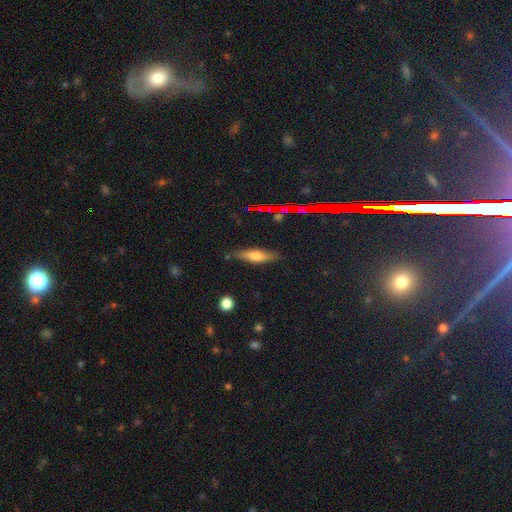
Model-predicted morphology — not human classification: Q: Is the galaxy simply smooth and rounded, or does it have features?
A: smooth — 58%.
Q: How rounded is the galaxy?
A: cigar-shaped — 62%.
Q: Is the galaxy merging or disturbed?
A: none — 80%.